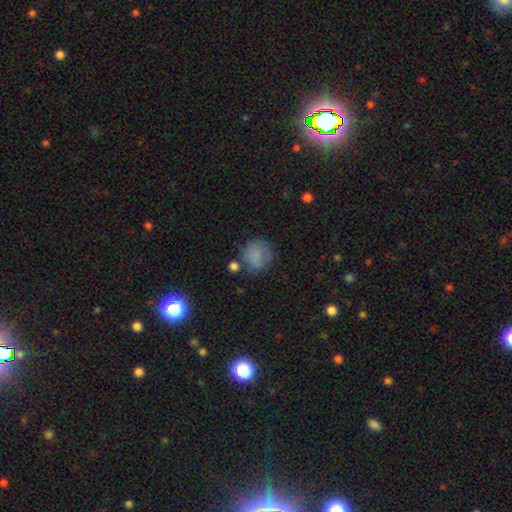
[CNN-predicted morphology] Q: Smooth or featured?
A: smooth (75%); runner-up: featured or disk (13%)
Q: How rounded?
A: round (85%); runner-up: in between (14%)
Q: Merging?
A: none (59%); runner-up: minor disturbance (22%)